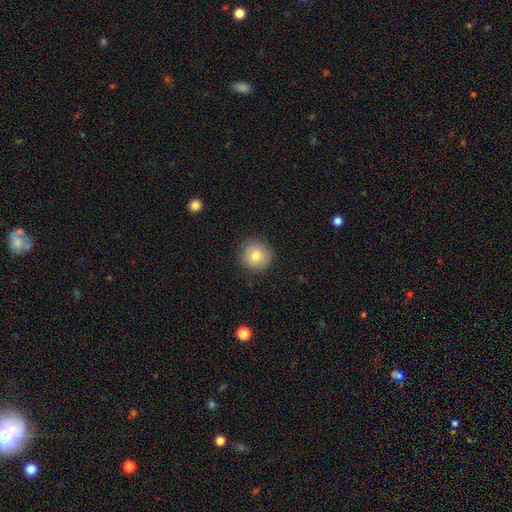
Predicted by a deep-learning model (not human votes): Smooth or featured?
  - smooth: 76% *
  - featured or disk: 15%
  - star or artifact: 9%
How rounded?
  - round: 92% *
  - in between: 7%
  - cigar-shaped: 1%
Merging?
  - none: 86% *
  - minor disturbance: 10%
  - major disturbance: 3%
  - merger: 1%